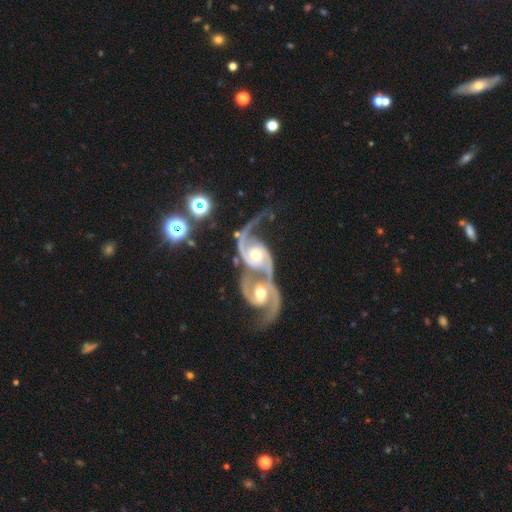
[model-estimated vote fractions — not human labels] A featured or disk galaxy (91%) with no bar (53%), 2 (89%) medium (51%) spiral arms (97%) and a moderate central bulge (68%). Merging: merger (80%).